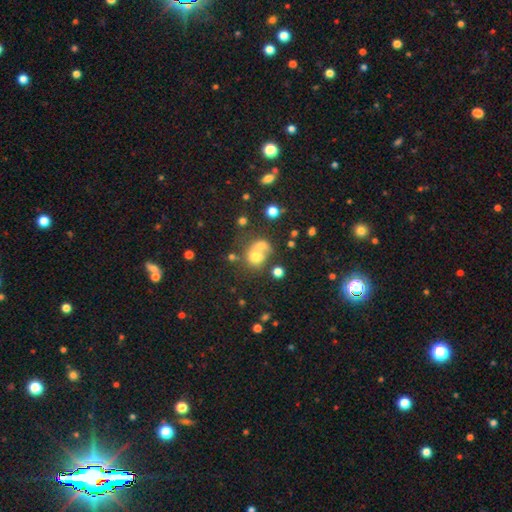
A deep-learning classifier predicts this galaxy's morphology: smooth-or-featured: smooth: 62% | featured or disk: 21% | star or artifact: 18%
  how-rounded: round: 66% | in between: 33% | cigar-shaped: 1%
  merging: merger: 54% | none: 29% | minor disturbance: 9% | major disturbance: 8%